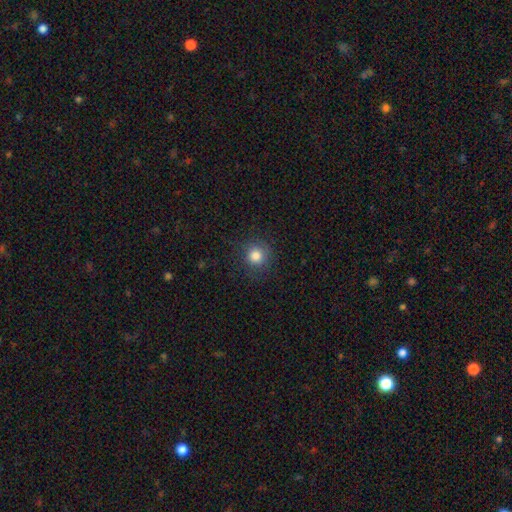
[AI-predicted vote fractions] A smooth galaxy with no disk features (83%) that is round (93%). Merging: none (84%).